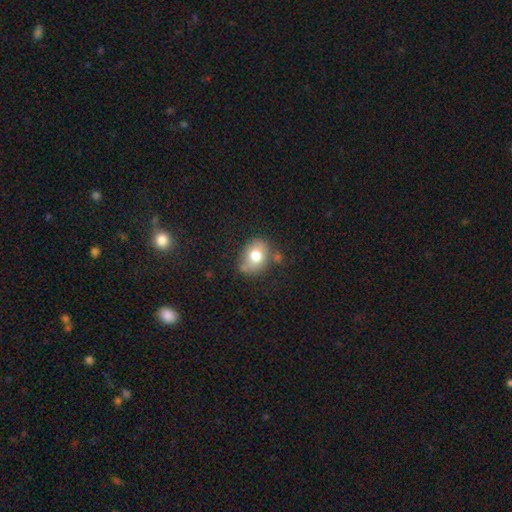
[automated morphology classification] Smooth or featured? smooth (73%)
How rounded? in between (57%)
Merging? none (63%)